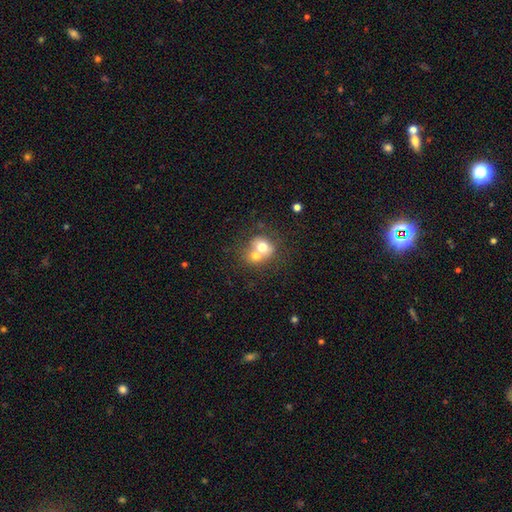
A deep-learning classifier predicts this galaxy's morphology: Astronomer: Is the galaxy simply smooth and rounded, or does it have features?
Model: smooth — 67%.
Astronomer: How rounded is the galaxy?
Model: round — 69%.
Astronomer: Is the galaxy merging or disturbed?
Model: merger — 62%.